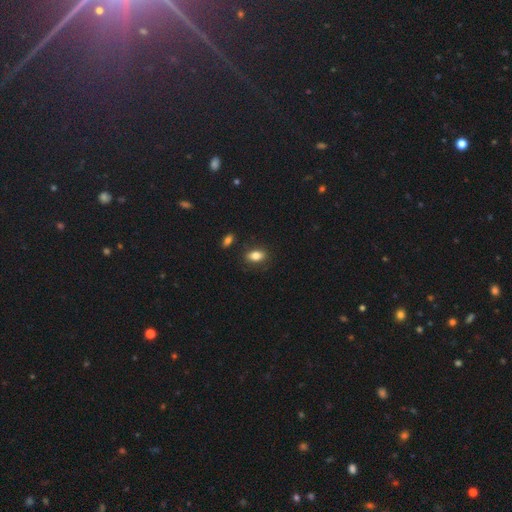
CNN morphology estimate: This is clearly a smooth galaxy (83%). How rounded: clearly in between (87%). Merging: clearly none (84%).